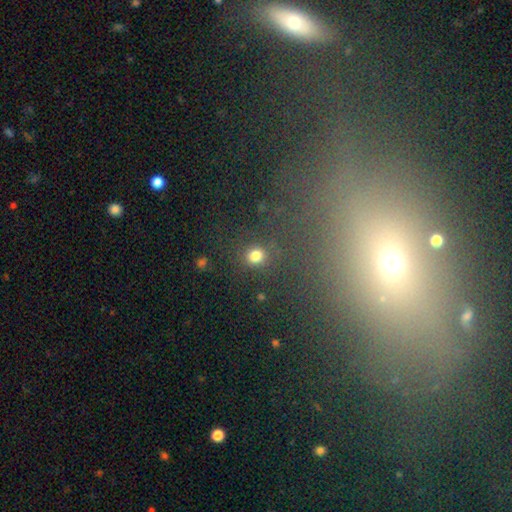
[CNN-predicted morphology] Smooth or featured?
  - smooth: 77% *
  - star or artifact: 17%
  - featured or disk: 6%
How rounded?
  - round: 84% *
  - in between: 15%
  - cigar-shaped: 1%
Merging?
  - none: 81% *
  - minor disturbance: 9%
  - major disturbance: 5%
  - merger: 5%